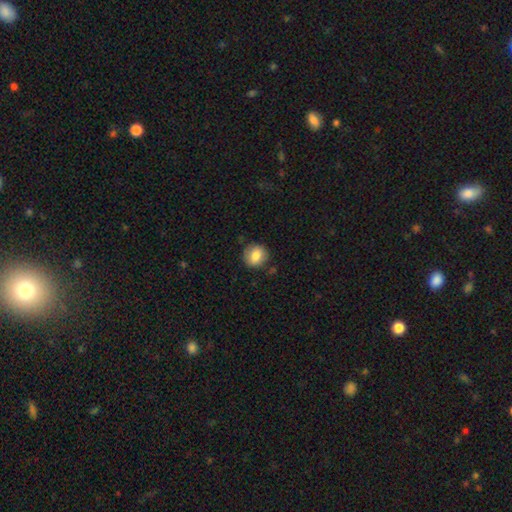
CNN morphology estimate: A smooth galaxy with no disk features (83%) that is round (87%). Merging: none (85%).